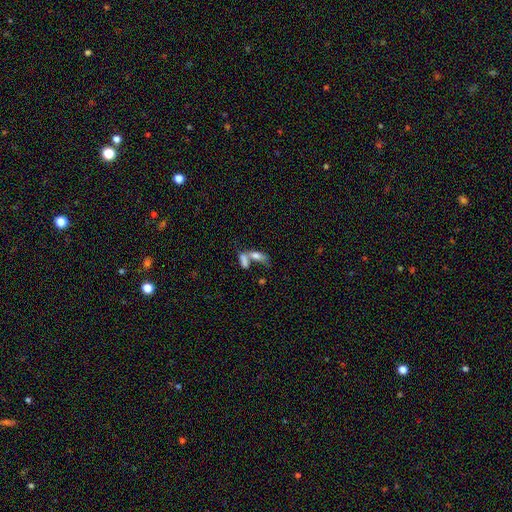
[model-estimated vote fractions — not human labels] A smooth galaxy with no disk features (69%) that is in between round and cigar-shaped (66%).

Vote fractions:
- Smooth or featured? smooth: 69% / featured or disk: 22% / star or artifact: 10%
- How rounded? in between: 66% / cigar-shaped: 29% / round: 5%
- Merging? merger: 57% / none: 25% / minor disturbance: 10% / major disturbance: 8%